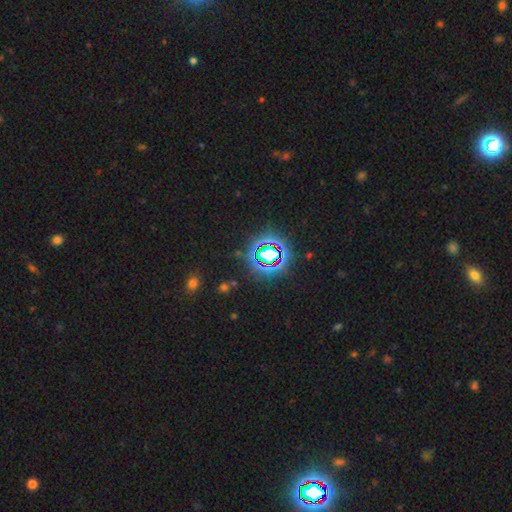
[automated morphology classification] This appears to be a star or artifact, not a galaxy (77%).